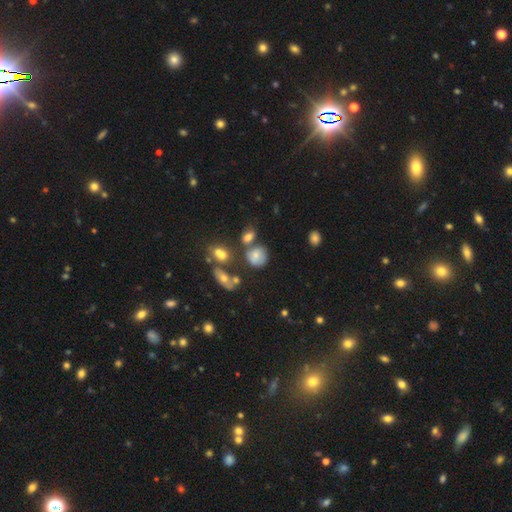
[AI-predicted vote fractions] smooth 69%, featured or disk 17%, star or artifact 14%. Down the decision tree: how rounded — round (68%); merging — none (51%).